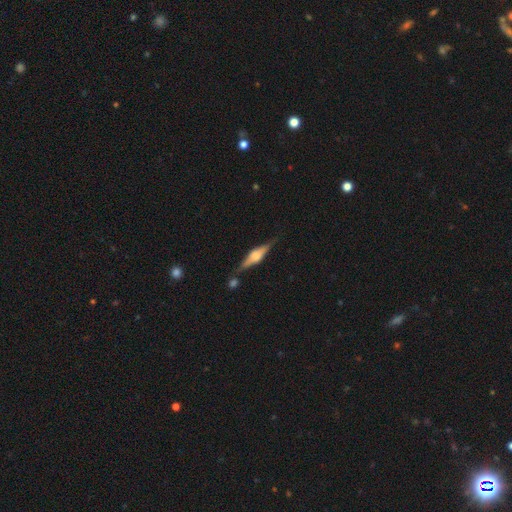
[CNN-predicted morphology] smooth_or_featured: featured or disk (p=0.73) [alt: smooth p=0.20]
disk_edge_on: yes (p=0.96) [alt: no p=0.04]
edge_on_bulge: rounded (p=0.83) [alt: boxy p=0.15]
merging: none (p=0.77) [alt: minor disturbance p=0.13]